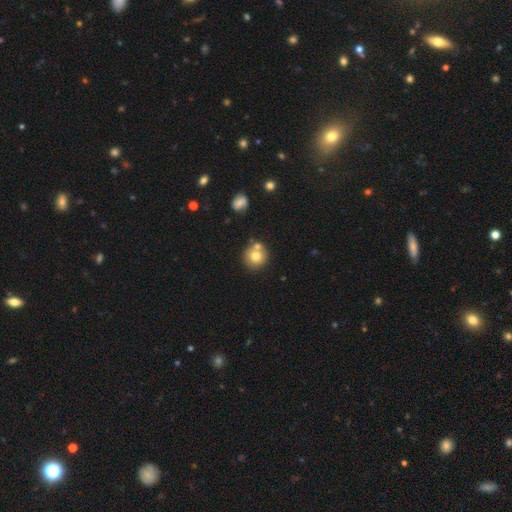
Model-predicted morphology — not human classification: This appears to be a smooth galaxy with no disk features (73%) that is round (91%). Merging: none (62%).